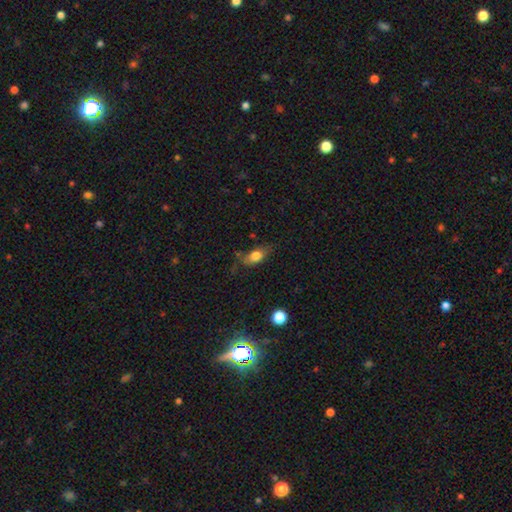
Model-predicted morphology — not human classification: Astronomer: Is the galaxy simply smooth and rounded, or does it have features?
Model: smooth — 76%.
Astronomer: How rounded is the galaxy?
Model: in between — 81%.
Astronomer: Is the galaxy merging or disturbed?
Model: none — 65%.